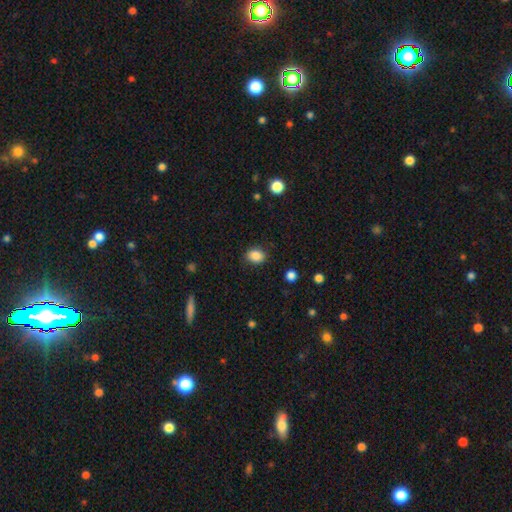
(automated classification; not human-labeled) Smooth or featured: smooth — 87% (star or artifact — 9%)
How rounded: in between — 62% (round — 37%)
Merging: none — 86% (minor disturbance — 10%)